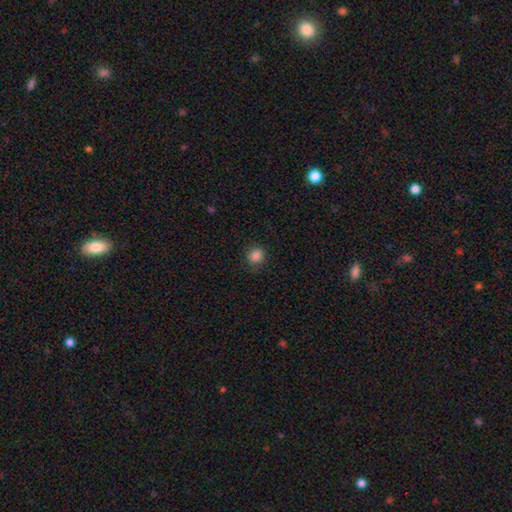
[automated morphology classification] The model was most divided on "merging": none: 82%, minor disturbance: 13%, major disturbance: 3%, merger: 1%. More confident: smooth or featured — smooth (86%); how rounded — round (85%).